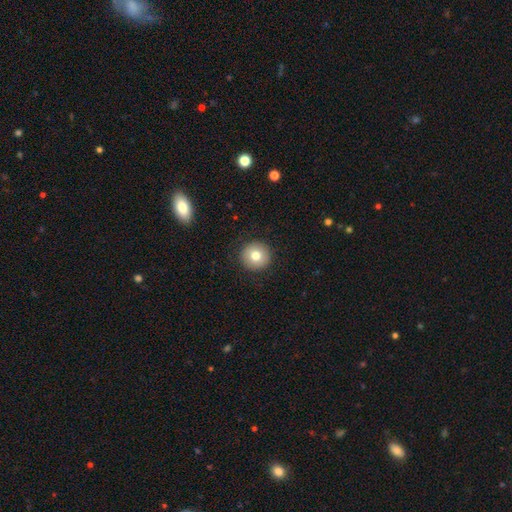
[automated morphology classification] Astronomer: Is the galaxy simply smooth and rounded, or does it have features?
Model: smooth — 77%.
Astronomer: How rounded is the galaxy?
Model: round — 96%.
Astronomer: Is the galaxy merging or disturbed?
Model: none — 91%.